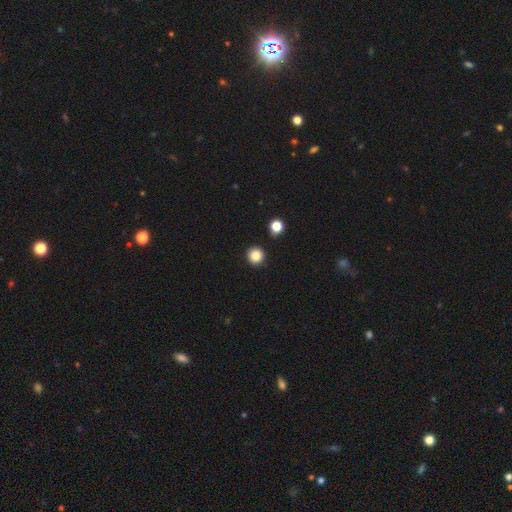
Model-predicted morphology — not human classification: This appears to be a smooth galaxy with no disk features (85%) that is round (95%). Merging: none (92%).